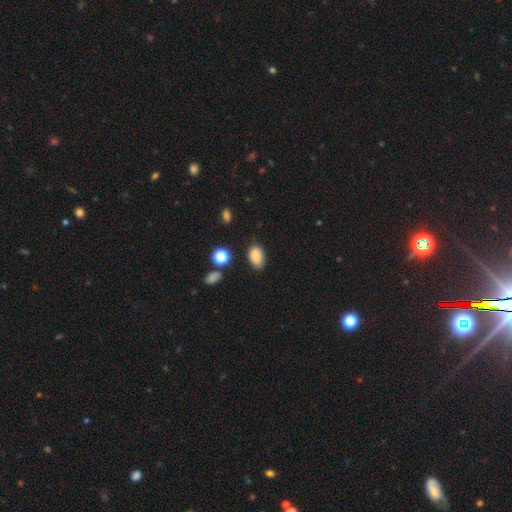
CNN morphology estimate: This is clearly a smooth galaxy (84%). How rounded: clearly in between (89%). Merging: likely none (75%).